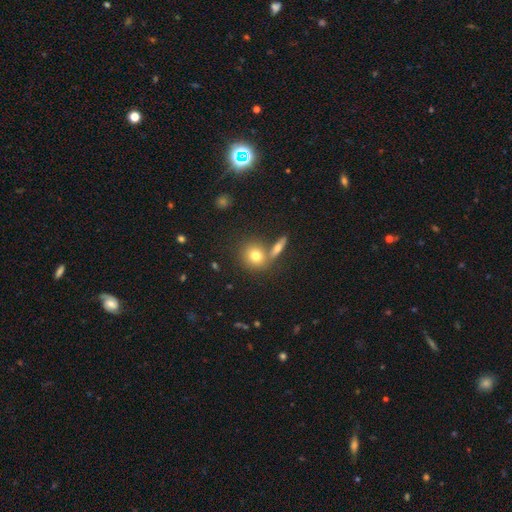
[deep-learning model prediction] Overall: smooth (74%). How rounded: round (77%). Merging: none (62%; merger 25%).